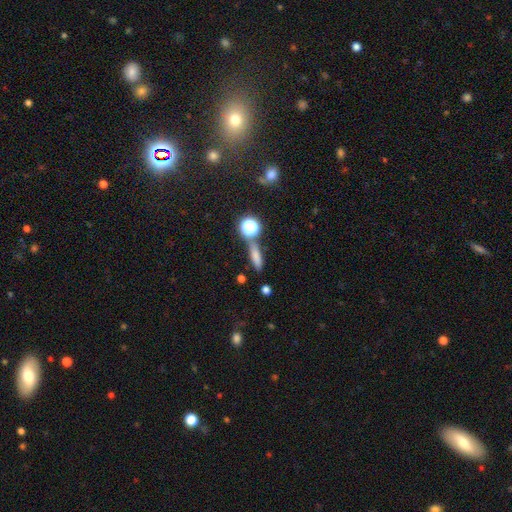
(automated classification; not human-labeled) The model was most divided on "how rounded": cigar-shaped: 63%, in between: 25%, round: 13%. More confident: merging — none (70%); smooth or featured — smooth (68%).